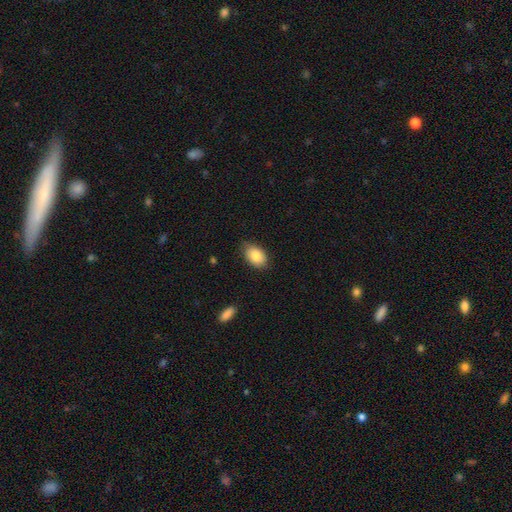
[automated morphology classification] Smooth or featured? Predicted: smooth (p=0.86). How rounded? Predicted: in between (p=0.87). Merging? Predicted: none (p=0.81).